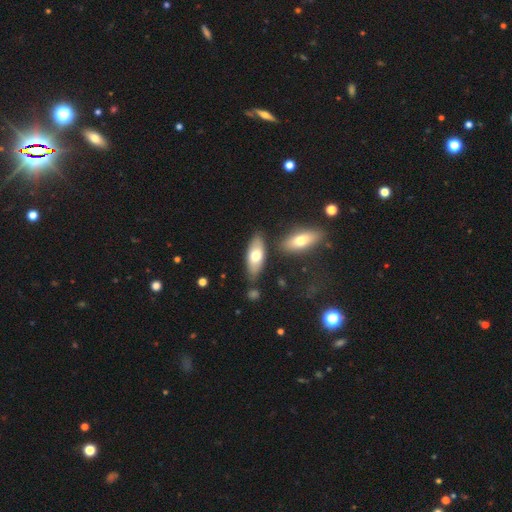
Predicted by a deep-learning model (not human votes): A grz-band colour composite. It shows a smooth galaxy with no disk features (68%) that is in between round and cigar-shaped (79%). Merging: none (76%).